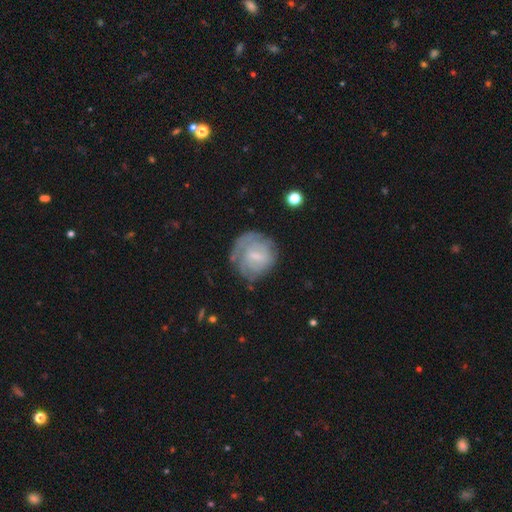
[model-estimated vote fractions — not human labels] Overall: featured or disk (55%; smooth 38%). Edge-on disk: no (97%). Bar: weak (55%; no 32%). Spiral arms: yes (69%; no 31%). Bulge size: small (45%; moderate 28%). Merging: none (59%; minor disturbance 24%).